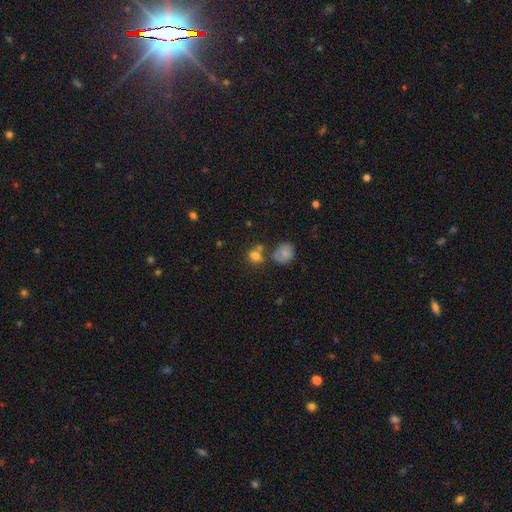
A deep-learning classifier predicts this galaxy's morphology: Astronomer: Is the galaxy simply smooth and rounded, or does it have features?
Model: smooth — 77%.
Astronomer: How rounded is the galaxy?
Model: round — 62%.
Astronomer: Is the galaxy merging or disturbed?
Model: none — 51% (runner-up: merger, 28%).